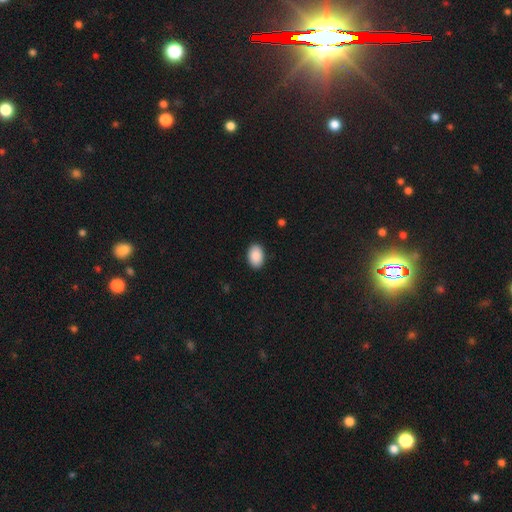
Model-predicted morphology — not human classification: smooth 91%, star or artifact 6%, featured or disk 3%. Down the decision tree: how rounded — in between (90%); merging — none (90%).